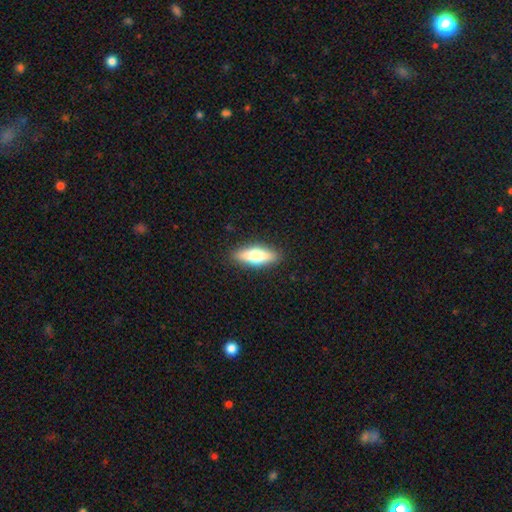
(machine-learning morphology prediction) Smooth or featured? Predicted: smooth (p=0.60). How rounded? Predicted: in between (p=0.53). Merging? Predicted: none (p=0.89).